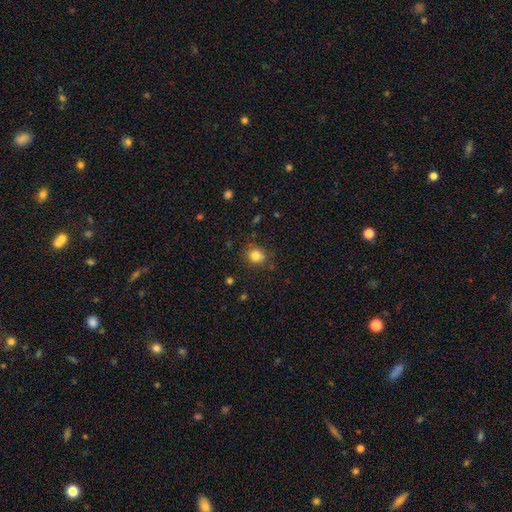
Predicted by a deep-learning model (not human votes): Smooth or featured?
  - smooth: 81% *
  - star or artifact: 12%
  - featured or disk: 7%
How rounded?
  - round: 73% *
  - in between: 27%
  - cigar-shaped: 1%
Merging?
  - none: 79% *
  - minor disturbance: 14%
  - major disturbance: 4%
  - merger: 3%